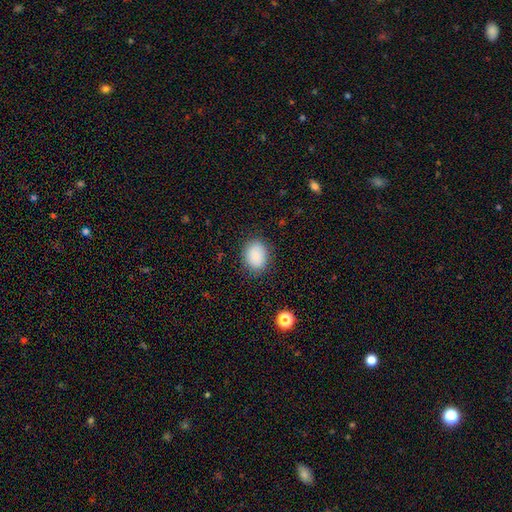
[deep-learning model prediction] Smooth or featured?
  - smooth: 87% *
  - star or artifact: 8%
  - featured or disk: 4%
How rounded?
  - in between: 62% *
  - round: 37%
  - cigar-shaped: 1%
Merging?
  - none: 84% *
  - minor disturbance: 11%
  - major disturbance: 3%
  - merger: 1%